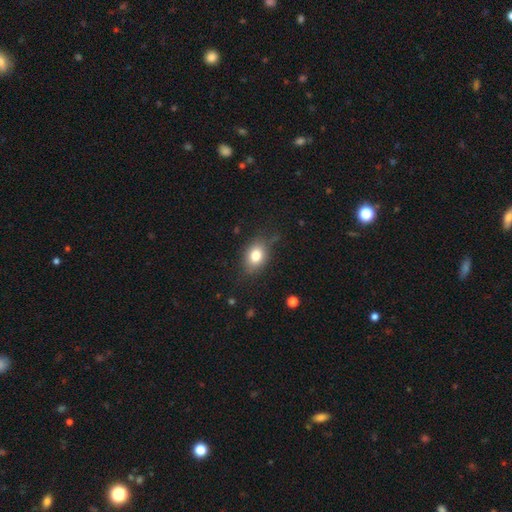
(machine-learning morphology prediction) This appears to be a smooth galaxy with no disk features (78%) that is in between round and cigar-shaped (72%). Merging: none (75%).